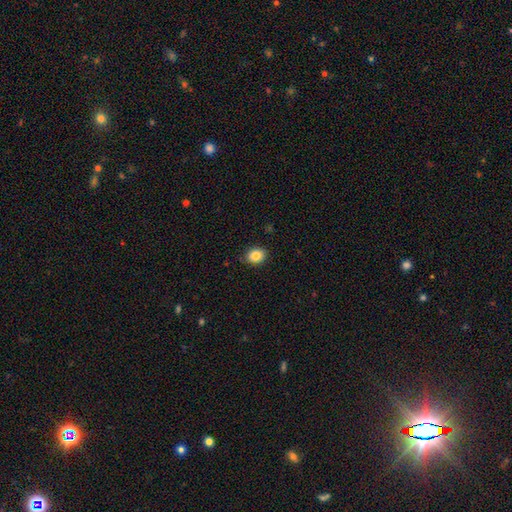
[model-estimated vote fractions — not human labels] This appears to be a smooth galaxy with no disk features (85%) that is round (55%). Merging: none (89%).